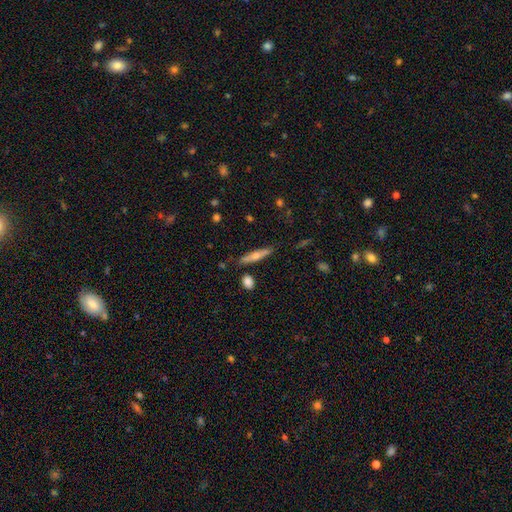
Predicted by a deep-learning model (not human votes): smooth 50%, featured or disk 44%, star or artifact 7%. Down the decision tree: merging — none (81%).